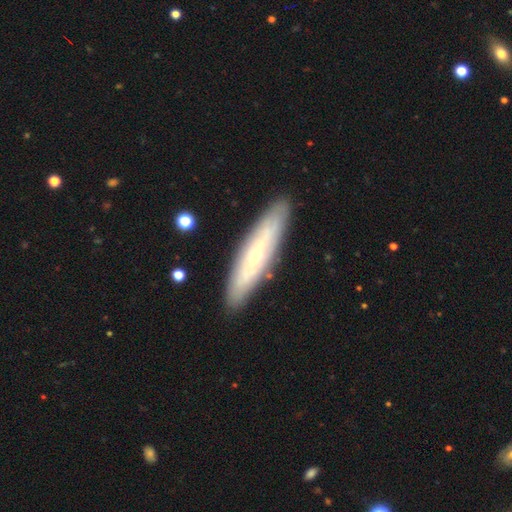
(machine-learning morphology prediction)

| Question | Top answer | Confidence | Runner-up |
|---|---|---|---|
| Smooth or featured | featured or disk | 55% | smooth (39%) |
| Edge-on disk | yes | 59% | no (41%) |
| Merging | none | 88% | minor disturbance (9%) |